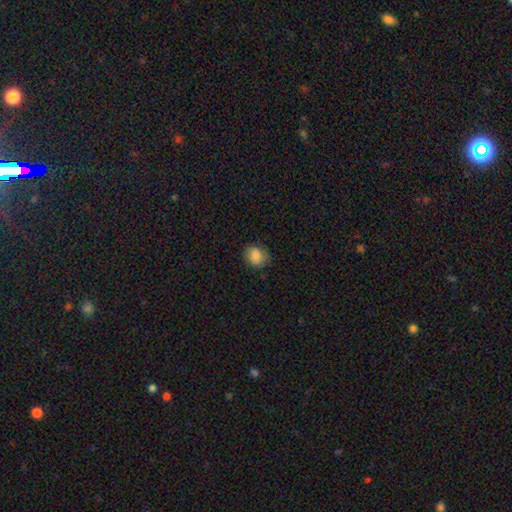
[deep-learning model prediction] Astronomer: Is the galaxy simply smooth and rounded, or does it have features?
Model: smooth — 85%.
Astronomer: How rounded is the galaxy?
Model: round — 60% (runner-up: in between, 40%).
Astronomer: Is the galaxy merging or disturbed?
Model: none — 74%.